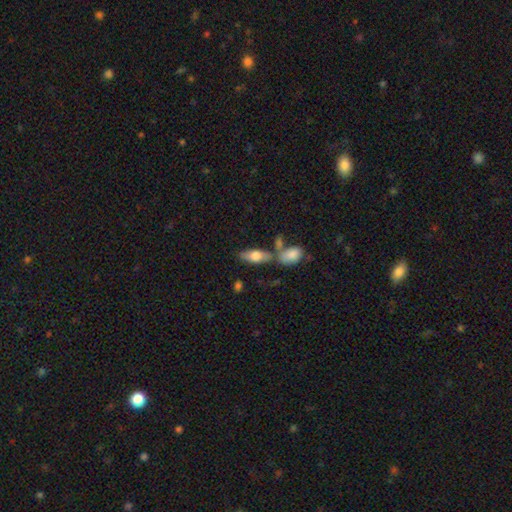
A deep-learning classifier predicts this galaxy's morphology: The model was most divided on "merging": none: 60%, merger: 22%, minor disturbance: 14%, major disturbance: 5%. More confident: how rounded — in between (83%); smooth or featured — smooth (69%).